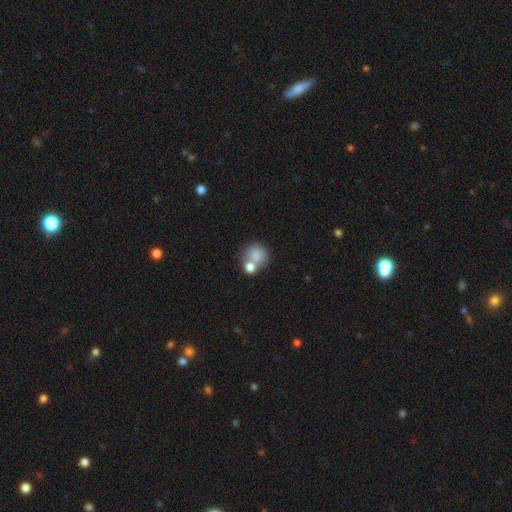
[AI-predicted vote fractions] smooth-or-featured: smooth: 77% | featured or disk: 13% | star or artifact: 10%
  how-rounded: round: 77% | in between: 22% | cigar-shaped: 1%
  merging: none: 44% | merger: 36% | minor disturbance: 13% | major disturbance: 7%